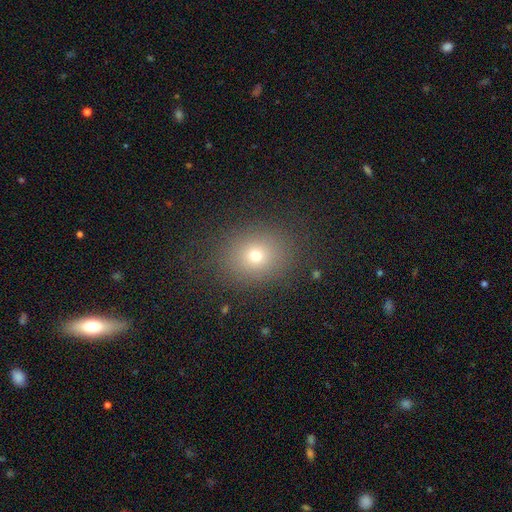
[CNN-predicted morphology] Overall: smooth (70%). How rounded: round (66%; in between 33%). Merging: none (85%).